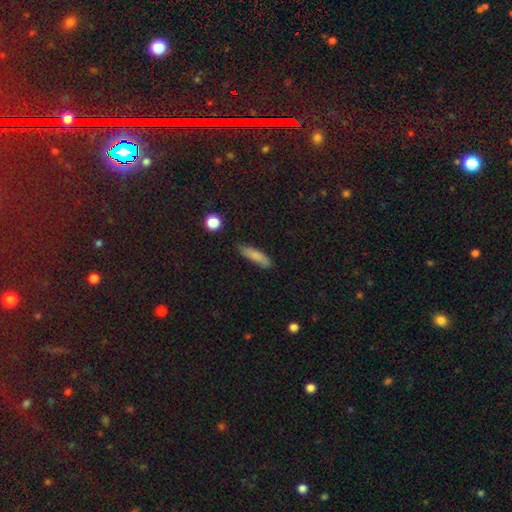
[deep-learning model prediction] smooth 81%, featured or disk 12%, star or artifact 8%. Down the decision tree: how rounded — cigar-shaped (66%); merging — none (76%).